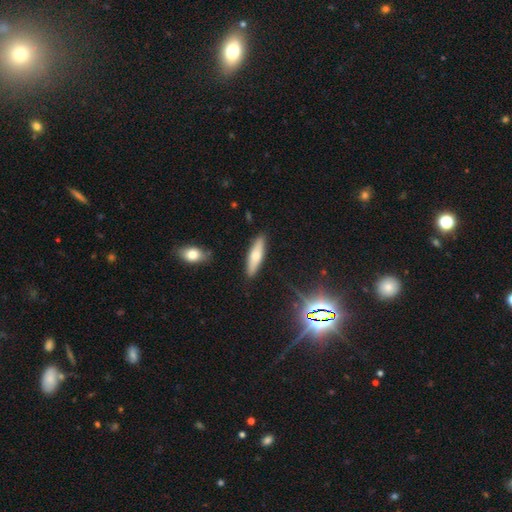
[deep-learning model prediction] Overall: smooth (64%; featured or disk 28%). How rounded: cigar-shaped (69%; in between 29%). Merging: none (88%).